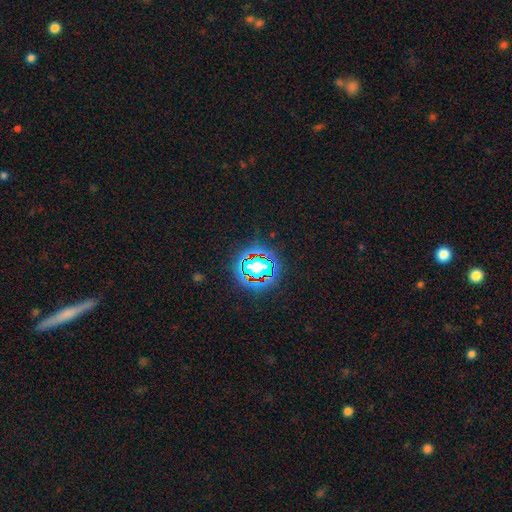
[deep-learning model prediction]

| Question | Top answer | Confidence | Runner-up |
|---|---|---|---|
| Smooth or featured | star or artifact | 77% | smooth (14%) |